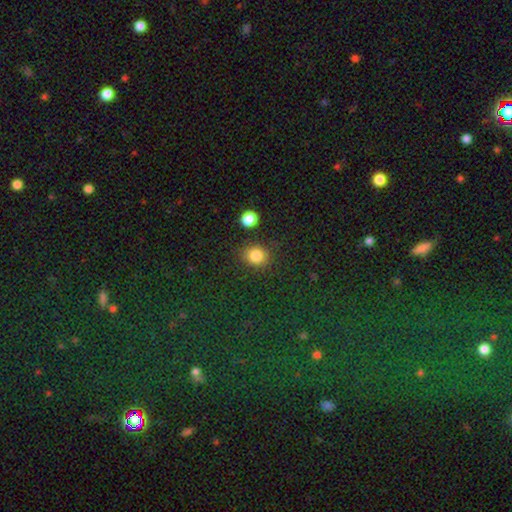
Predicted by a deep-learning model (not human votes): smooth_or_featured: smooth (p=0.84) [alt: star or artifact p=0.12]
how_rounded: round (p=0.79) [alt: in between p=0.20]
merging: none (p=0.83) [alt: minor disturbance p=0.10]